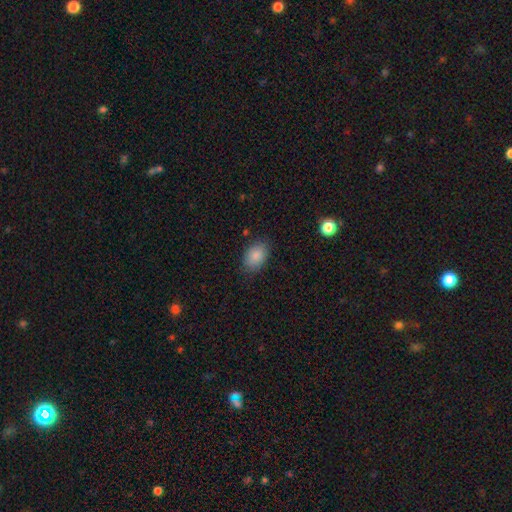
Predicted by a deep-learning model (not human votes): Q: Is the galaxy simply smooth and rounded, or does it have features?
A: smooth — 86%.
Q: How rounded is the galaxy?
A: in between — 83%.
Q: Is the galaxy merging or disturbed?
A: none — 82%.